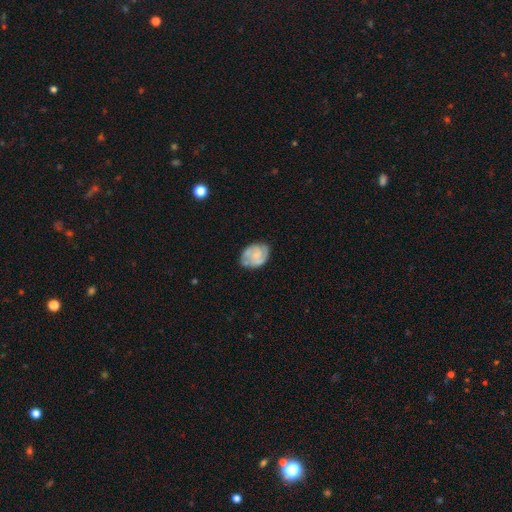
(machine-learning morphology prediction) type=featured or disk (62%); edge-on=no (98%); bar=no (69%); spiral arms=yes (81%); bulge=small (40%); merging=none (66%).